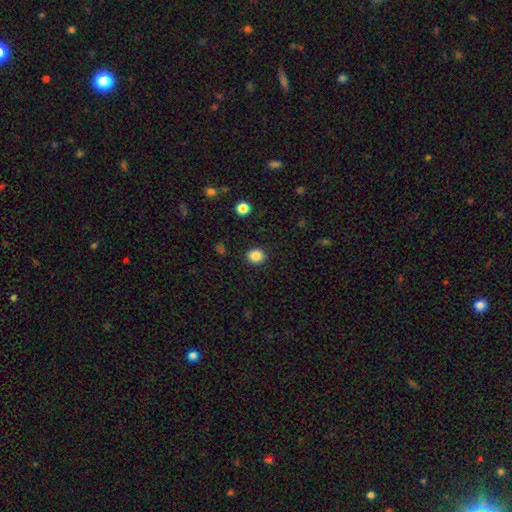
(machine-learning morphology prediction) type=smooth (86%); roundness=round (75%); merging=none (91%).